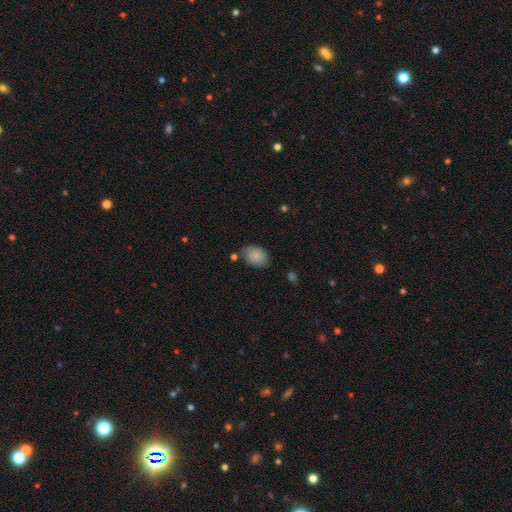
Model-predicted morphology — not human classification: This appears to be a smooth galaxy with no disk features (84%) that is in between round and cigar-shaped (78%). Merging: none (71%).